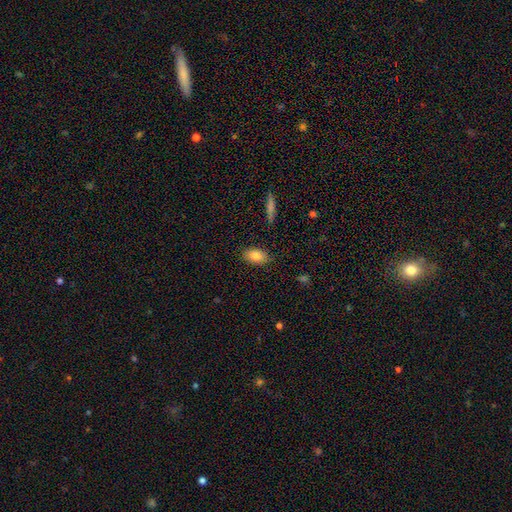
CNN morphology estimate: Overall: smooth (84%). How rounded: in between (89%). Merging: none (85%).